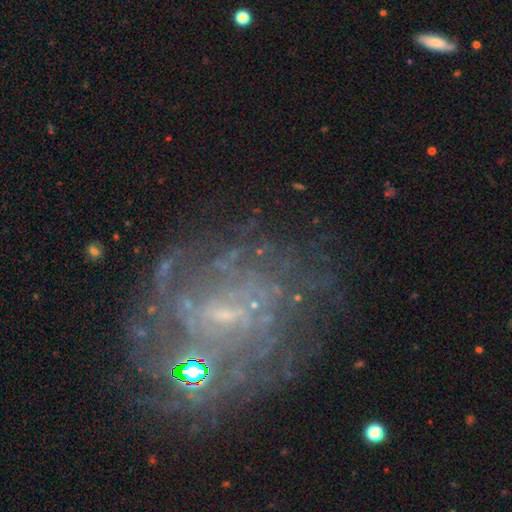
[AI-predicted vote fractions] Overall: featured or disk (74%). Edge-on disk: no (97%). Bar: weak (47%; no 40%). Spiral arms: yes (72%). Spiral arm count: can't tell (58%). Spiral winding: tight (54%; medium 31%). Bulge size: small (66%). Merging: none (63%).